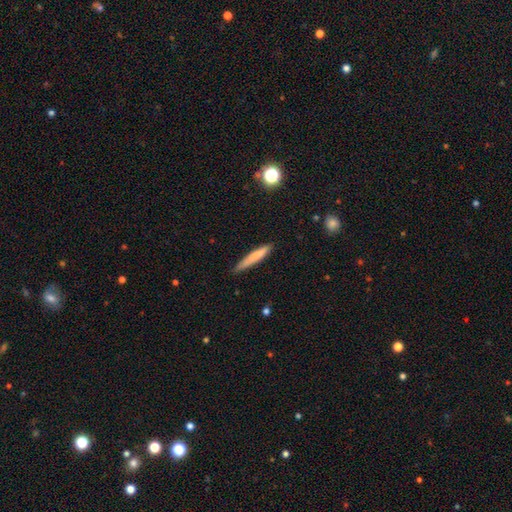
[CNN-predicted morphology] type=smooth (75%); roundness=cigar-shaped (93%); merging=none (80%).